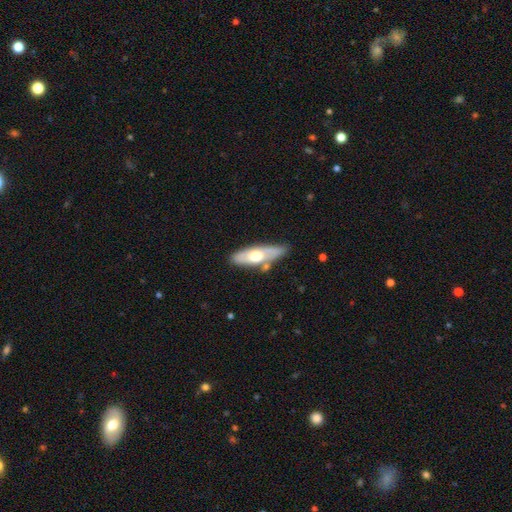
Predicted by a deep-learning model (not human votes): Morphology: type=smooth (49%); merging=none (70%).